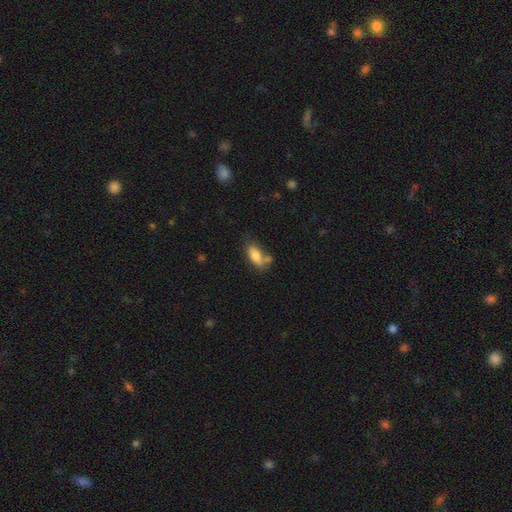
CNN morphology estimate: This appears to be a smooth galaxy with no disk features (77%) that is in between round and cigar-shaped (84%). Merging: none (53%).